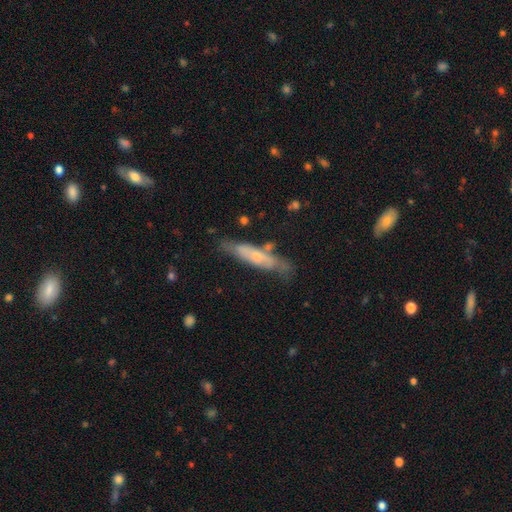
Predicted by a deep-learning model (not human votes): A featured or disk galaxy (47%).

Vote fractions:
- Smooth or featured? featured or disk: 47% / smooth: 46% / star or artifact: 6%
- Merging? none: 65% / minor disturbance: 23% / major disturbance: 7% / merger: 5%